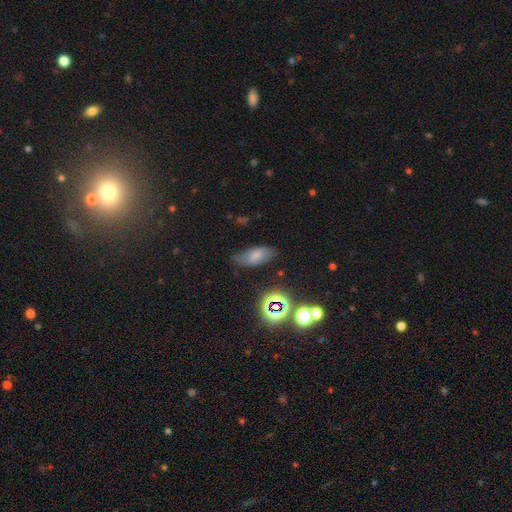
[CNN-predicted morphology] Smooth or featured? Predicted: smooth (p=0.65). How rounded? Predicted: in between (p=0.88). Merging? Predicted: none (p=0.67).